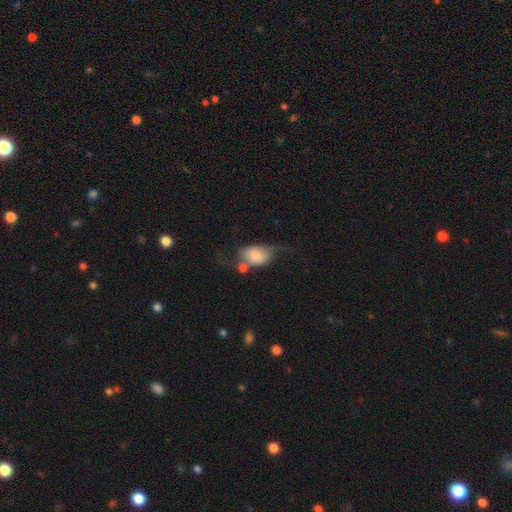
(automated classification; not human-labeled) A smooth galaxy with no disk features (61%) that is in between round and cigar-shaped (76%).

Vote fractions:
- Smooth or featured? smooth: 61% / featured or disk: 31% / star or artifact: 7%
- How rounded? in between: 76% / round: 22% / cigar-shaped: 2%
- Merging? none: 31% / major disturbance: 26% / minor disturbance: 25% / merger: 18%